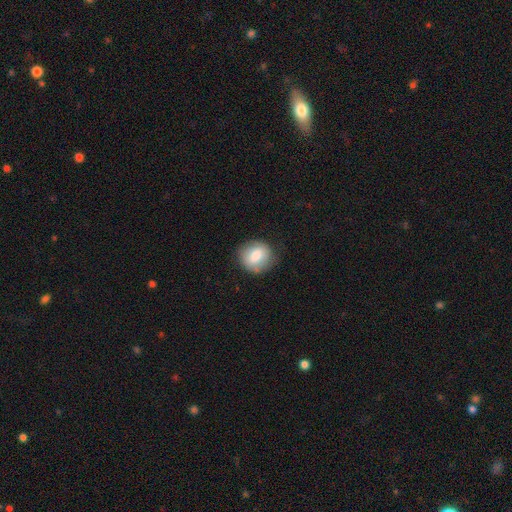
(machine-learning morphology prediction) Smooth or featured: smooth — 78% (featured or disk — 15%)
How rounded: round — 77% (in between — 22%)
Merging: none — 75% (minor disturbance — 18%)